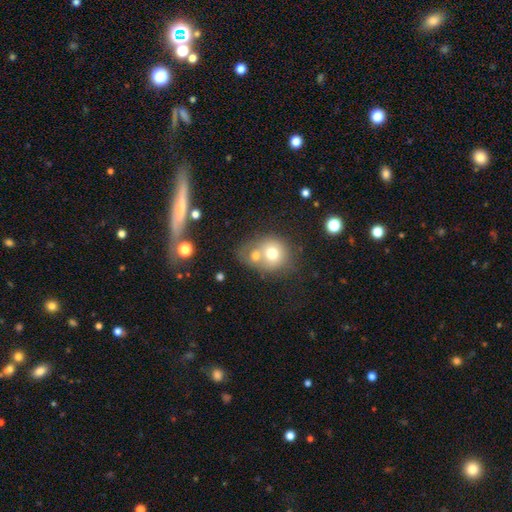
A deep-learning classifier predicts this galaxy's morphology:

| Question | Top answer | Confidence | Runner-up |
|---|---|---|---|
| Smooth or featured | smooth | 66% | featured or disk (23%) |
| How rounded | round | 75% | in between (24%) |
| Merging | merger | 61% | none (26%) |